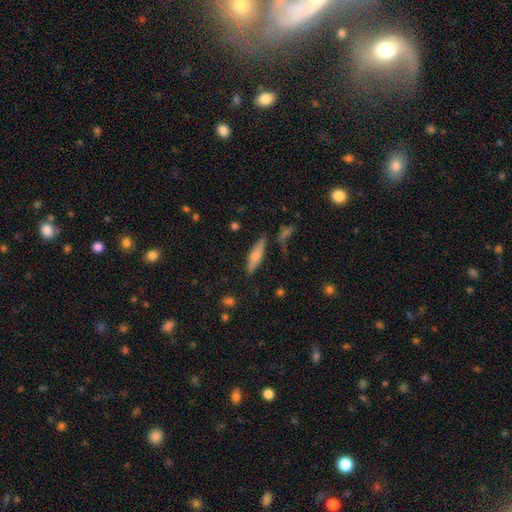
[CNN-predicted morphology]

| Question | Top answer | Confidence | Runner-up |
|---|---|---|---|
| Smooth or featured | smooth | 58% | featured or disk (34%) |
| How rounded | cigar-shaped | 65% | in between (32%) |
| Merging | none | 71% | minor disturbance (16%) |